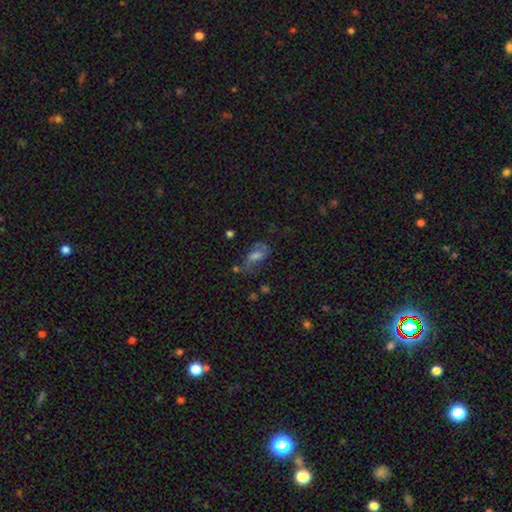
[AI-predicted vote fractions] Smooth or featured?
  - featured or disk: 45% *
  - smooth: 36%
  - star or artifact: 19%
Merging?
  - none: 49% *
  - minor disturbance: 24%
  - major disturbance: 21%
  - merger: 6%